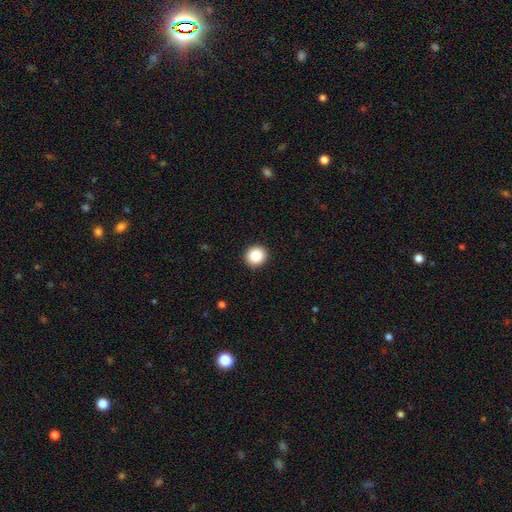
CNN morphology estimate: This is clearly a smooth galaxy (86%). How rounded: clearly round (92%). Merging: clearly none (93%).